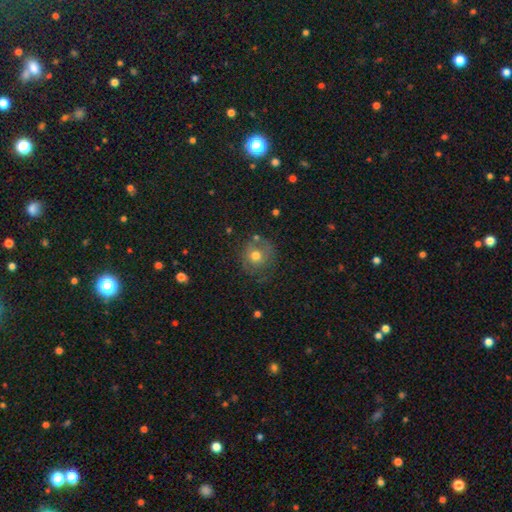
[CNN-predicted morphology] Smooth or featured? Predicted: smooth (p=0.59). How rounded? Predicted: round (p=0.86). Merging? Predicted: none (p=0.66).